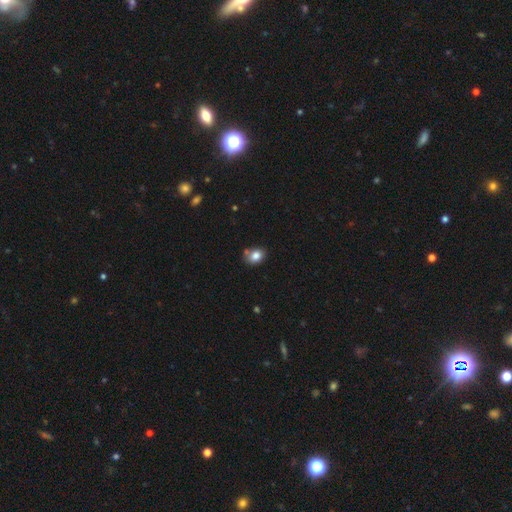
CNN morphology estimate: type=smooth (82%); roundness=in between (61%); merging=none (64%).